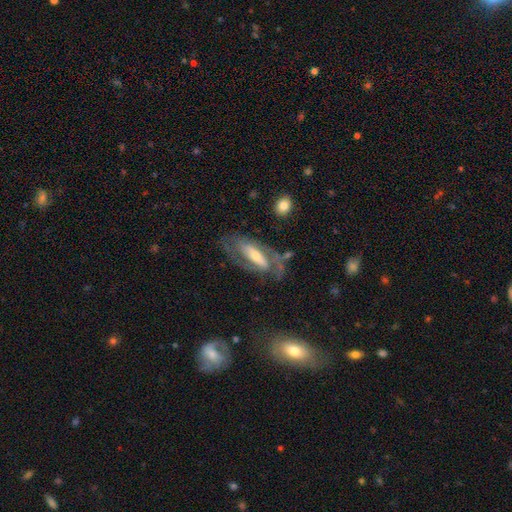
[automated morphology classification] featured or disk 73%, smooth 20%, star or artifact 6%. Down the decision tree: edge-on disk — no (84%); bar — strong (47%); spiral arms — yes (77%); bulge size — small (46%); merging — none (61%).